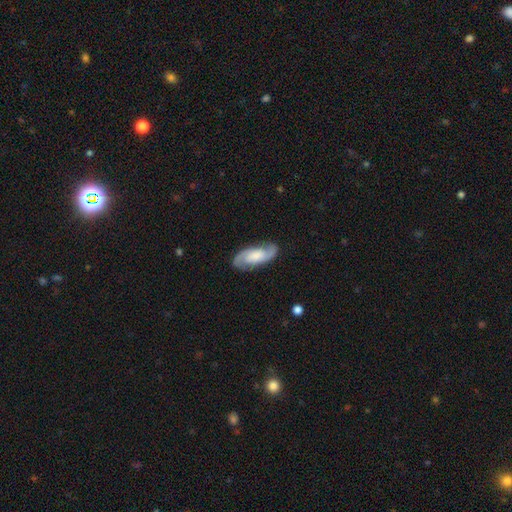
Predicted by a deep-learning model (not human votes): A featured or disk galaxy (78%) with no bar (52%), 2 (92%) medium (49%) spiral arms (96%) and a large central bulge (27%).

Vote fractions:
- Smooth or featured? featured or disk: 78% / smooth: 17% / star or artifact: 5%
- Edge-on disk? no: 95% / yes: 5%
- Bar? no: 52% / weak: 36% / strong: 12%
- Spiral arms? yes: 96% / no: 4%
- Spiral winding? medium: 49% / loose: 27% / tight: 25%
- Spiral arm count? 2: 92% / can't tell: 3% / 1: 2% / 3: 1% / 4: 1% / more than 4: 1%
- Bulge size? large: 27% / moderate: 26% / none: 25% / small: 18% / dominant: 4%
- Merging? none: 83% / minor disturbance: 12% / major disturbance: 4% / merger: 1%